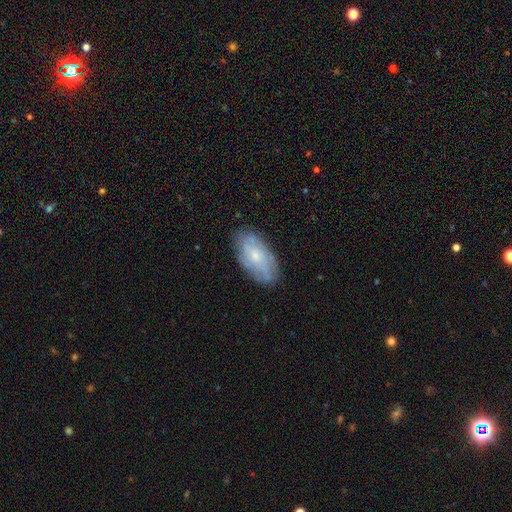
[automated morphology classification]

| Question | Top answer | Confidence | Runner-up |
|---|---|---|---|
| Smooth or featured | featured or disk | 57% | smooth (35%) |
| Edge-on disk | no | 92% | yes (8%) |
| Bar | no | 78% | weak (20%) |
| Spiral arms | yes | 77% | no (23%) |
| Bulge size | small | 62% | moderate (30%) |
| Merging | none | 77% | minor disturbance (17%) |